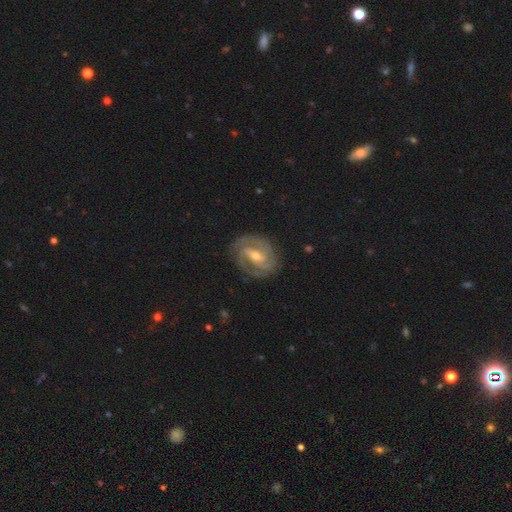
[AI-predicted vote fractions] Smooth or featured? Predicted: featured or disk (p=0.90). Edge-on disk? Predicted: no (p=0.97). Bar? Predicted: strong (p=0.43). Spiral arms? Predicted: yes (p=0.98). Spiral winding? Predicted: tight (p=0.60). Spiral arm count? Predicted: 2 (p=0.62). Bulge size? Predicted: moderate (p=0.50). Merging? Predicted: none (p=0.82).